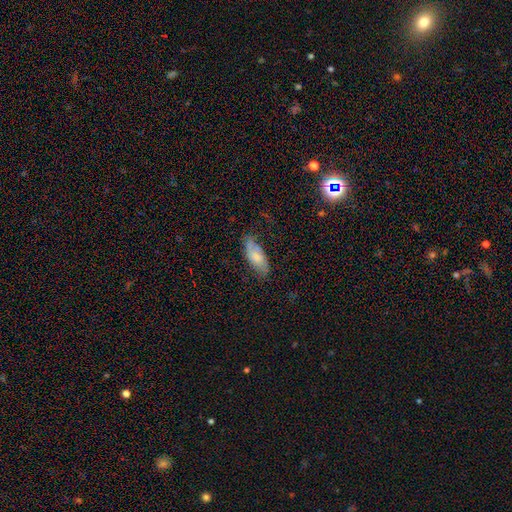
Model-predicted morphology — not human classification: Overall: smooth (65%; featured or disk 28%). How rounded: in between (81%). Merging: none (62%; minor disturbance 27%).